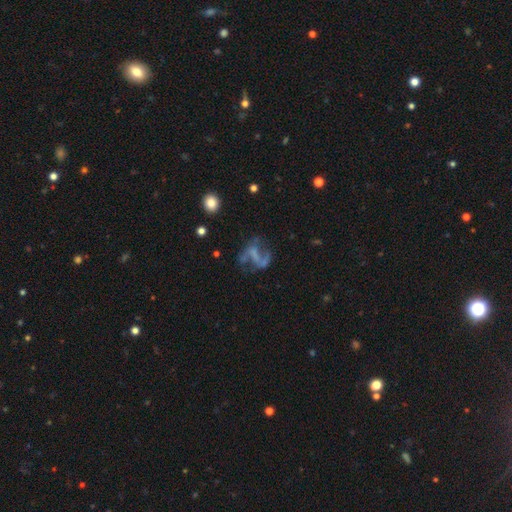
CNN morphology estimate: type=featured or disk (62%); edge-on=no (97%); bar=no (48%); spiral arms=yes (57%); bulge=none (74%); merging=none (40%).